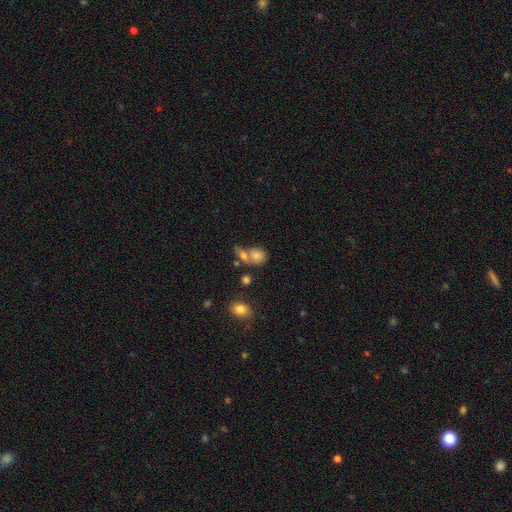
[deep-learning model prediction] A smooth galaxy with no disk features (77%) that is round (58%). Merging: merger (44%).